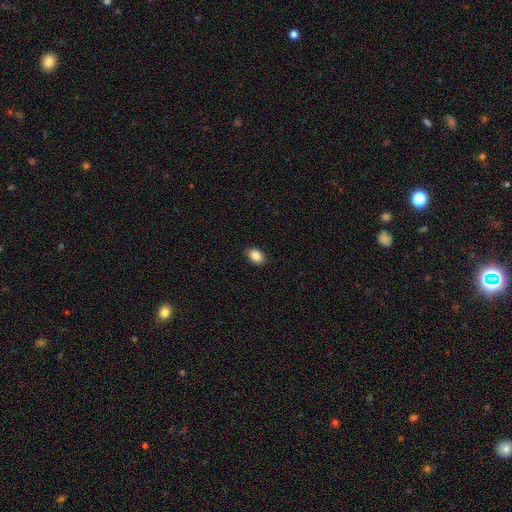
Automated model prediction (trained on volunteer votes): A smooth galaxy with no disk features (87%) that is in between round and cigar-shaped (83%). Merging: none (89%).